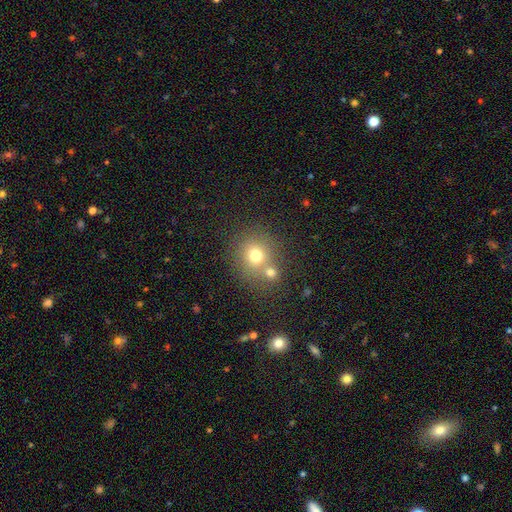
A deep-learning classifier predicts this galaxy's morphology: smooth_or_featured: smooth (p=0.71) [alt: star or artifact p=0.15]
how_rounded: round (p=0.83) [alt: in between p=0.16]
merging: none (p=0.55) [alt: merger p=0.32]